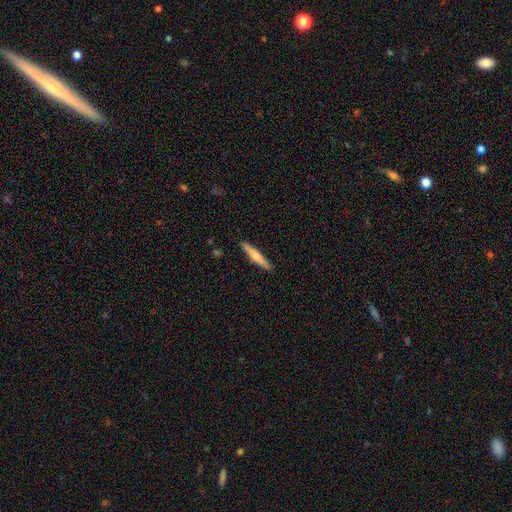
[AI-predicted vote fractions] smooth-or-featured: smooth: 58% | featured or disk: 37% | star or artifact: 5%
  how-rounded: cigar-shaped: 93% | in between: 5% | round: 1%
  merging: none: 90% | minor disturbance: 7% | major disturbance: 1% | merger: 1%